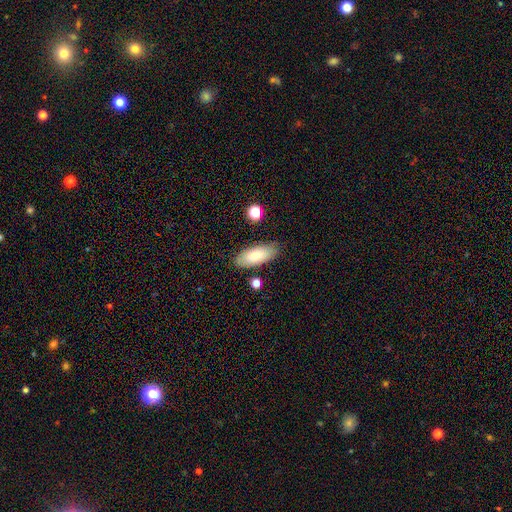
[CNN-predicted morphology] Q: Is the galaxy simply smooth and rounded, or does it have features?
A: smooth — 79%.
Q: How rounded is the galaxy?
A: in between — 84%.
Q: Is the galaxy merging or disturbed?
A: none — 80%.